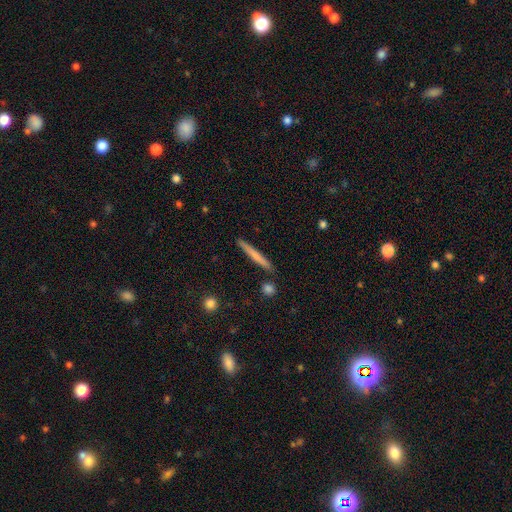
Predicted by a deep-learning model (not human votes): Smooth or featured?
  - smooth: 63% *
  - featured or disk: 31%
  - star or artifact: 6%
How rounded?
  - cigar-shaped: 96% *
  - in between: 2%
  - round: 1%
Merging?
  - none: 88% *
  - minor disturbance: 8%
  - merger: 2%
  - major disturbance: 2%